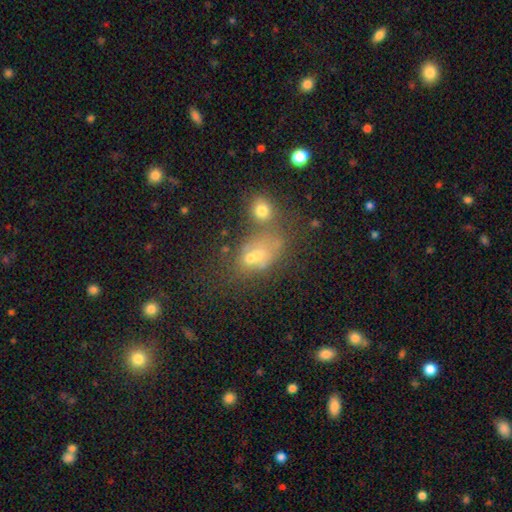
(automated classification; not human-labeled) Smooth or featured?
  - smooth: 51% *
  - featured or disk: 28%
  - star or artifact: 21%
How rounded?
  - in between: 75% *
  - round: 22%
  - cigar-shaped: 4%
Merging?
  - merger: 37% *
  - none: 31%
  - major disturbance: 17%
  - minor disturbance: 15%